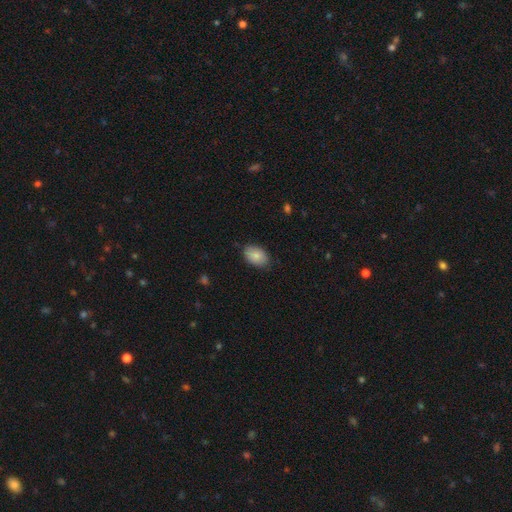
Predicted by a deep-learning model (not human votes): smooth_or_featured: smooth (p=0.85) [alt: featured or disk p=0.08]
how_rounded: in between (p=0.89) [alt: round p=0.10]
merging: none (p=0.84) [alt: minor disturbance p=0.13]